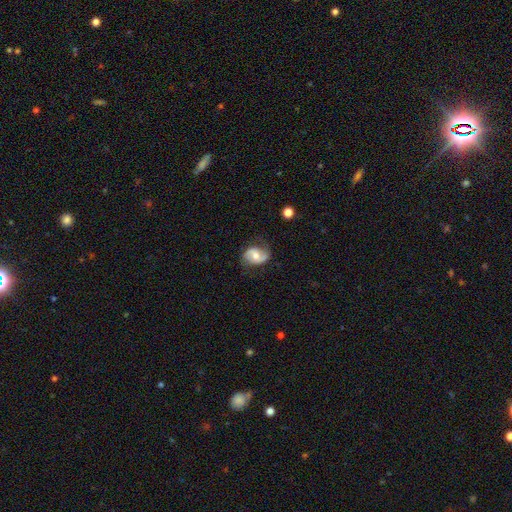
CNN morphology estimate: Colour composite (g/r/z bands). It shows a featured or disk galaxy (71%) with no bar (52%), 2 (88%) medium (42%) spiral arms (92%) and a moderate central bulge (63%). Merging: none (71%).